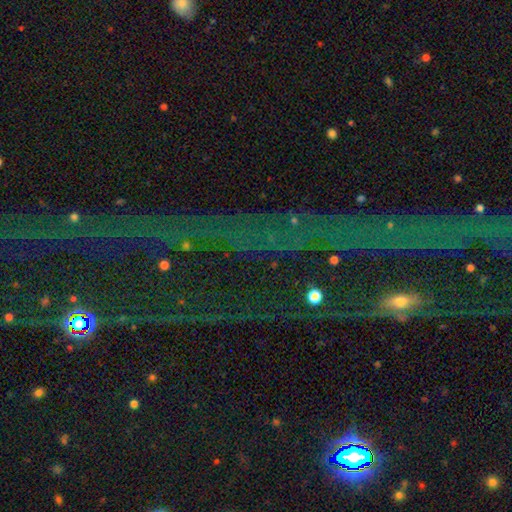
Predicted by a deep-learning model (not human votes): smooth_or_featured: star or artifact (p=0.73) [alt: featured or disk p=0.14]